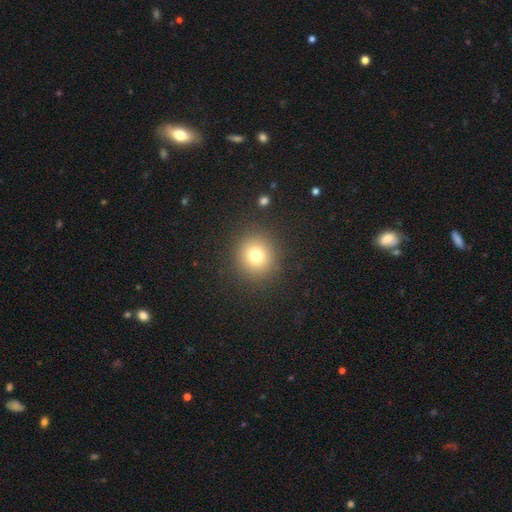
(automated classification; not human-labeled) Smooth or featured?
  - smooth: 75% *
  - star or artifact: 15%
  - featured or disk: 10%
How rounded?
  - round: 90% *
  - in between: 9%
  - cigar-shaped: 1%
Merging?
  - none: 89% *
  - minor disturbance: 6%
  - major disturbance: 3%
  - merger: 1%